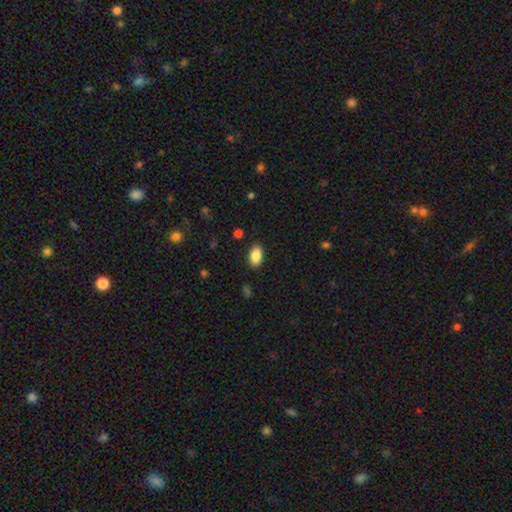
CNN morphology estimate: The model was most divided on "merging": none: 87%, minor disturbance: 10%, major disturbance: 2%, merger: 1%. More confident: how rounded — in between (93%); smooth or featured — smooth (87%).